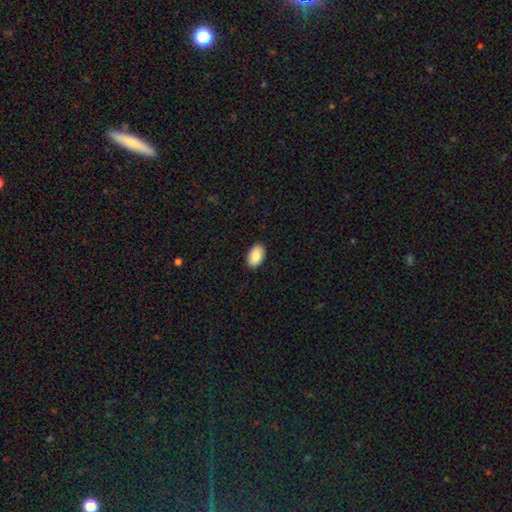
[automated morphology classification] Q: Smooth or featured?
A: smooth (88%); runner-up: star or artifact (6%)
Q: How rounded?
A: in between (94%); runner-up: round (5%)
Q: Merging?
A: none (90%); runner-up: minor disturbance (8%)